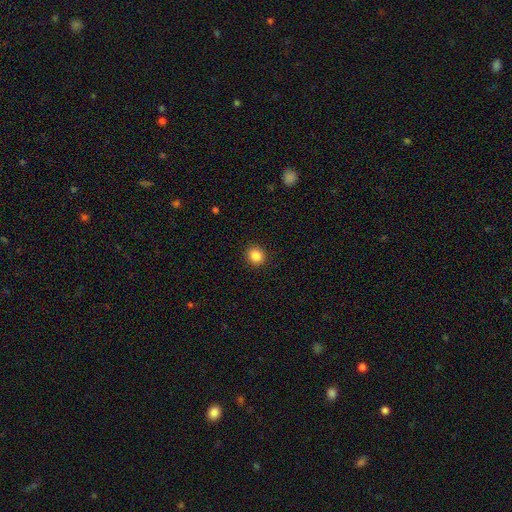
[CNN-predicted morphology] smooth_or_featured: smooth (p=0.86) [alt: star or artifact p=0.10]
how_rounded: round (p=0.85) [alt: in between p=0.14]
merging: none (p=0.92) [alt: minor disturbance p=0.05]